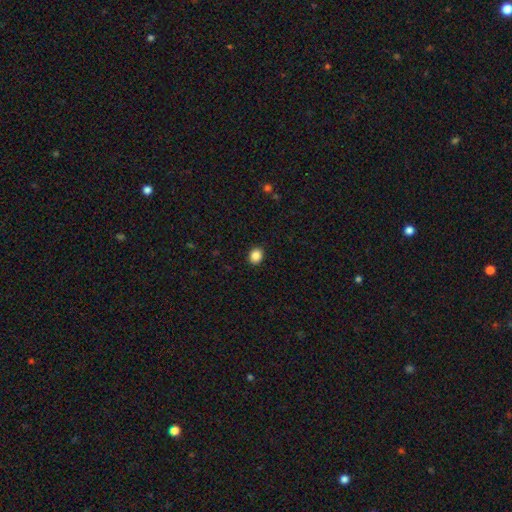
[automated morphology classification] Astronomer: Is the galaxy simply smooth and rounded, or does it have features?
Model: smooth — 87%.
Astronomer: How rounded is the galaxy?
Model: round — 66%.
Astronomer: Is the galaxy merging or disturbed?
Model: none — 92%.